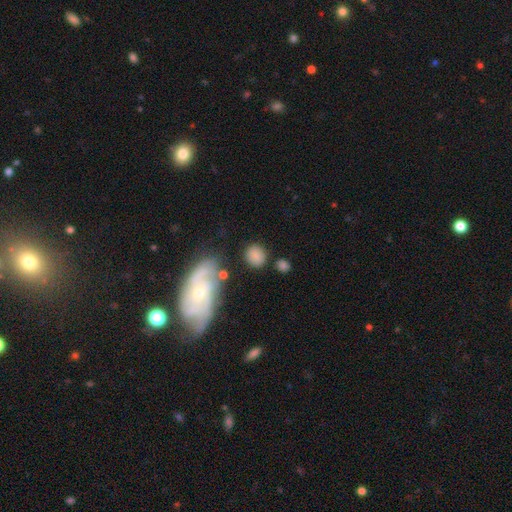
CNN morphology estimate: Q: Smooth or featured?
A: smooth (77%); runner-up: featured or disk (14%)
Q: How rounded?
A: round (73%); runner-up: in between (25%)
Q: Merging?
A: none (73%); runner-up: minor disturbance (13%)